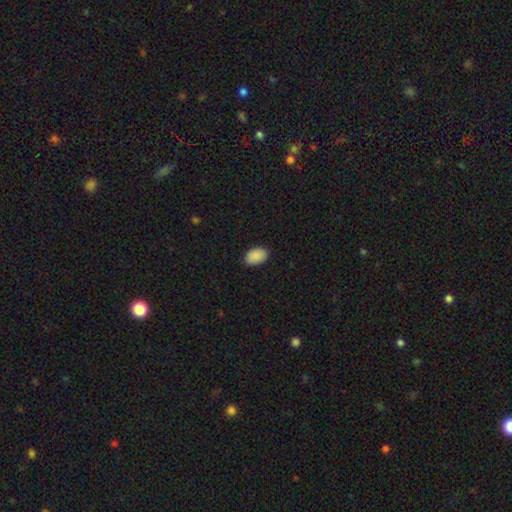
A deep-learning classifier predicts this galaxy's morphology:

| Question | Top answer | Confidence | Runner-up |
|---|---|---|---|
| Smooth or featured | smooth | 90% | star or artifact (7%) |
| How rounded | in between | 91% | round (8%) |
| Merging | none | 88% | minor disturbance (10%) |